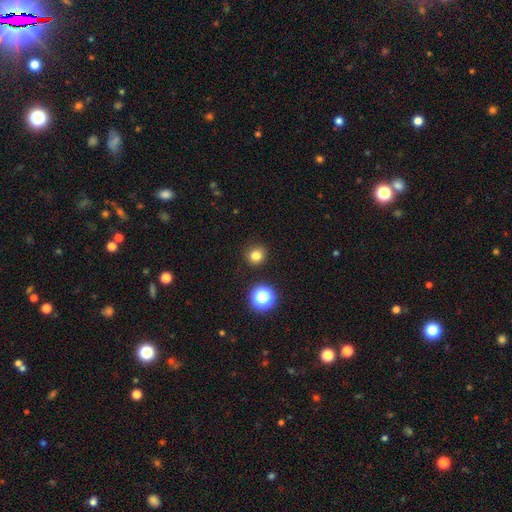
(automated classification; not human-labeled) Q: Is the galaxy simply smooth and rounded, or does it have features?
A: smooth — 79%.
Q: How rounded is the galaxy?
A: round — 86%.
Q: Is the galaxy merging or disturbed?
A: none — 88%.